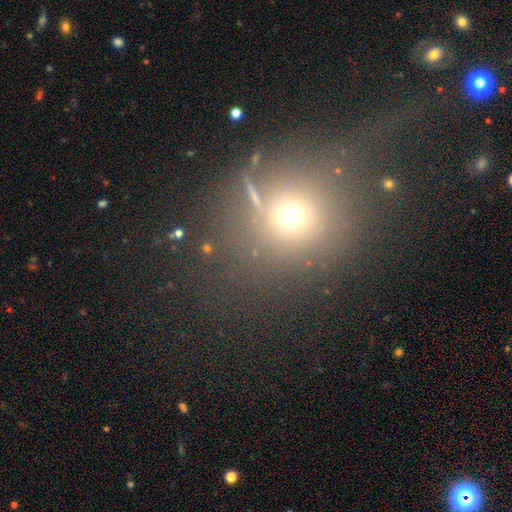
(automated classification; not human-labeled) smooth-or-featured: smooth: 53% | star or artifact: 31% | featured or disk: 17%
  how-rounded: round: 83% | in between: 16% | cigar-shaped: 2%
  merging: none: 53% | major disturbance: 22% | minor disturbance: 17% | merger: 9%